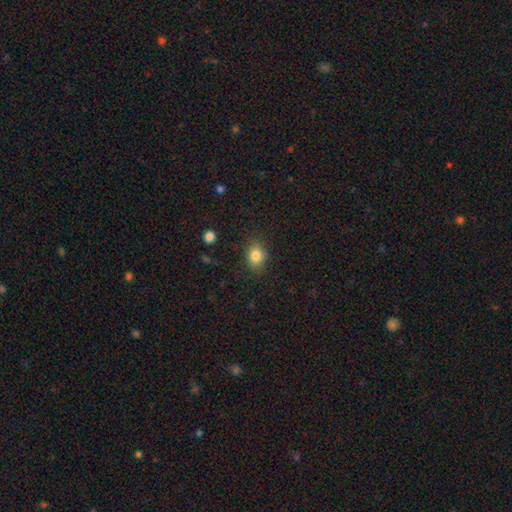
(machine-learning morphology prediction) This is clearly a smooth galaxy (83%). How rounded: possibly in between (50%). Merging: clearly none (82%).